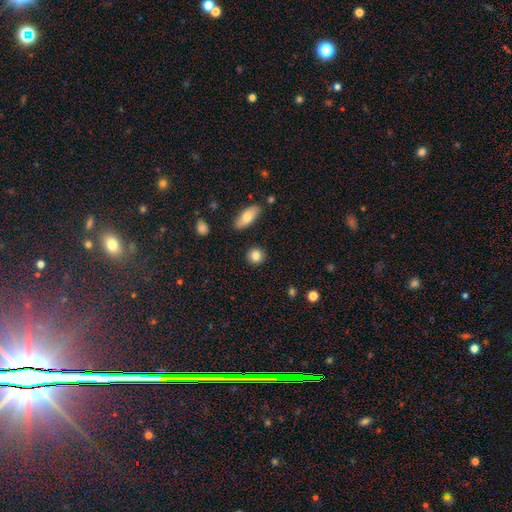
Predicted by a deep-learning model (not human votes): smooth-or-featured: smooth: 84% | featured or disk: 8% | star or artifact: 8%
  how-rounded: round: 85% | in between: 13% | cigar-shaped: 2%
  merging: none: 89% | minor disturbance: 7% | merger: 2% | major disturbance: 2%